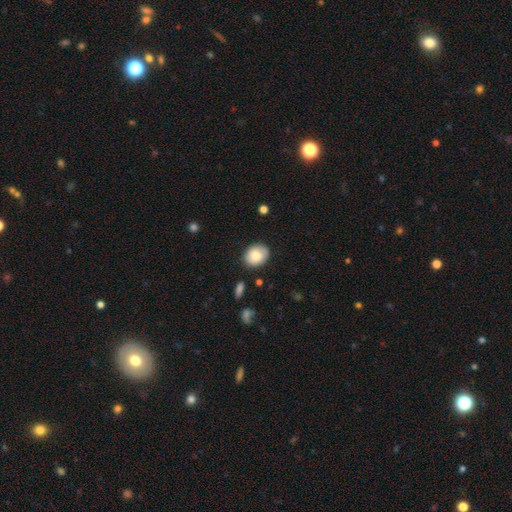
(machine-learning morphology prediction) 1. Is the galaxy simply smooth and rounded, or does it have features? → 80% smooth, 12% featured or disk, 7% star or artifact.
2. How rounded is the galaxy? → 51% round, 48% in between, 1% cigar-shaped.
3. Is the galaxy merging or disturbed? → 83% none, 13% minor disturbance, 3% major disturbance, 2% merger.